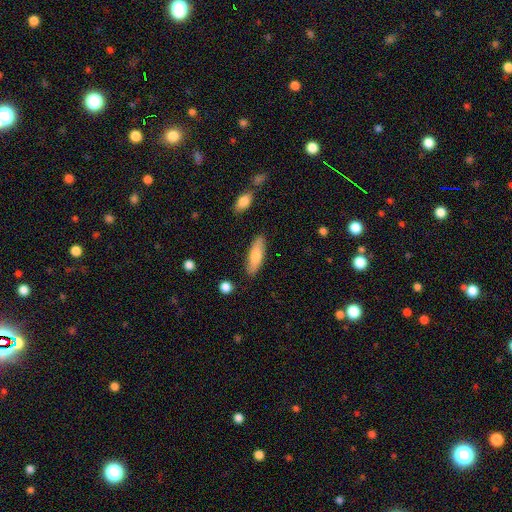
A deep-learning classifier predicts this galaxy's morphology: smooth 77%, featured or disk 17%, star or artifact 6%. Down the decision tree: how rounded — in between (50%); merging — none (84%).